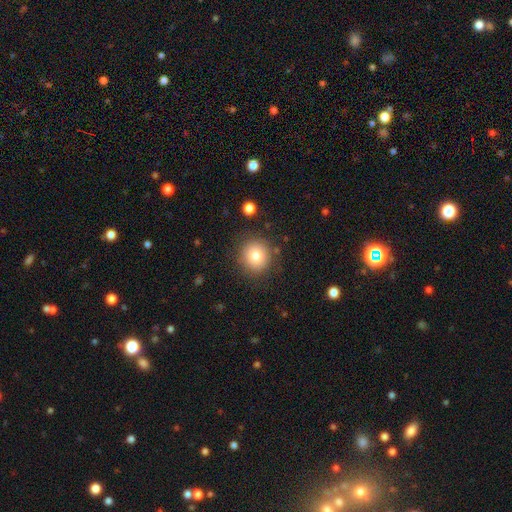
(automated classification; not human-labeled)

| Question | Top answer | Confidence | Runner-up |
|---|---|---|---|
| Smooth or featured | smooth | 79% | star or artifact (11%) |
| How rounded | round | 91% | in between (8%) |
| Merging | none | 86% | minor disturbance (9%) |